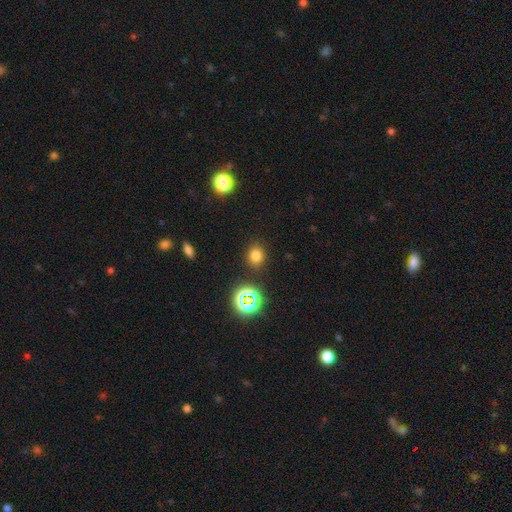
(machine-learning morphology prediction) type=smooth (74%); roundness=round (63%); merging=none (86%).